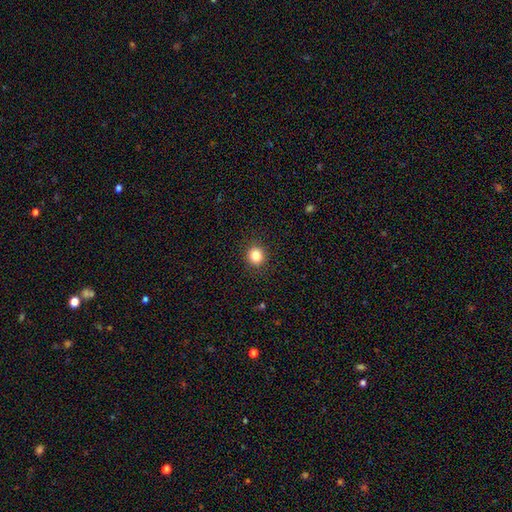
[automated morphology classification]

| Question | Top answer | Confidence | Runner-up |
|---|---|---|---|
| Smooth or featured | smooth | 84% | star or artifact (11%) |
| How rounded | round | 88% | in between (11%) |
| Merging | none | 92% | minor disturbance (5%) |